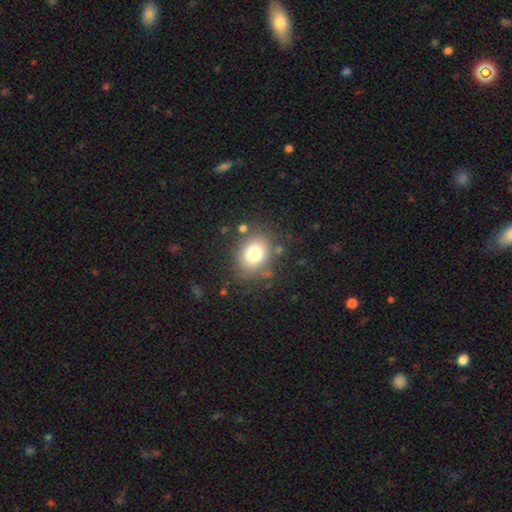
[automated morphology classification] smooth_or_featured: smooth (p=0.77) [alt: star or artifact p=0.12]
how_rounded: round (p=0.50) [alt: in between p=0.49]
merging: none (p=0.79) [alt: minor disturbance p=0.12]